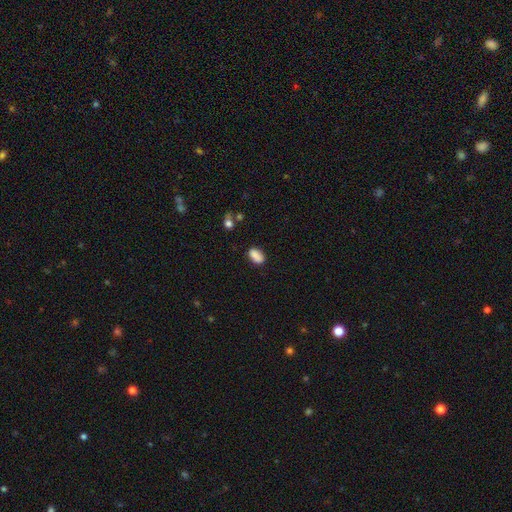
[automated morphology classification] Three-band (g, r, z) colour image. It shows a smooth galaxy with no disk features (87%) that is in between round and cigar-shaped (89%). Merging: none (80%).